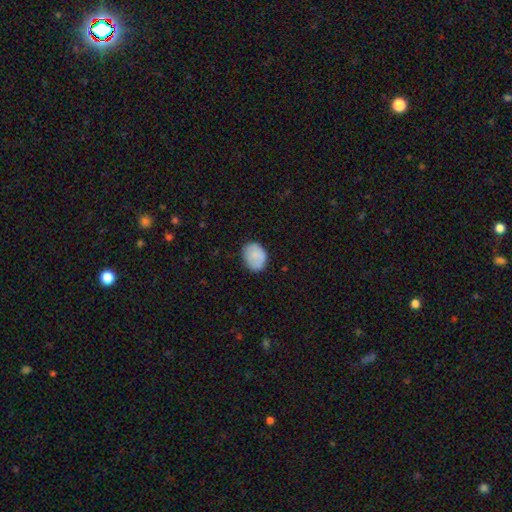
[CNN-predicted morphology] This is clearly a smooth galaxy (83%). How rounded: likely in between (63%). Merging: likely none (77%).